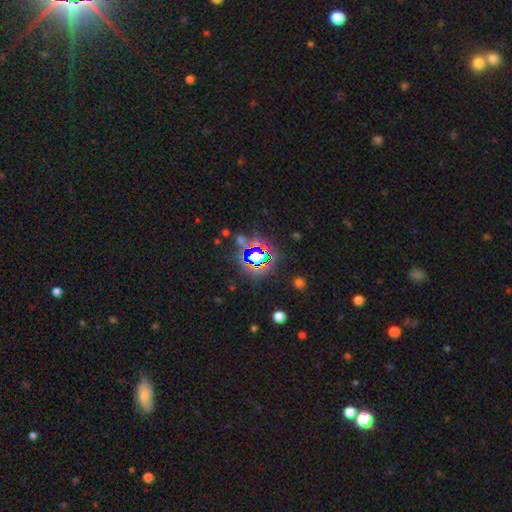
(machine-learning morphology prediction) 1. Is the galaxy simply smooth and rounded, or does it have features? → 70% star or artifact, 19% smooth, 11% featured or disk.